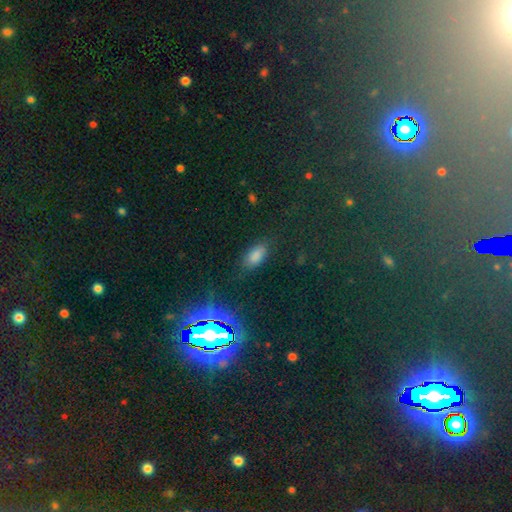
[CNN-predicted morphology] Overall: smooth (77%). How rounded: in between (90%). Merging: none (77%).